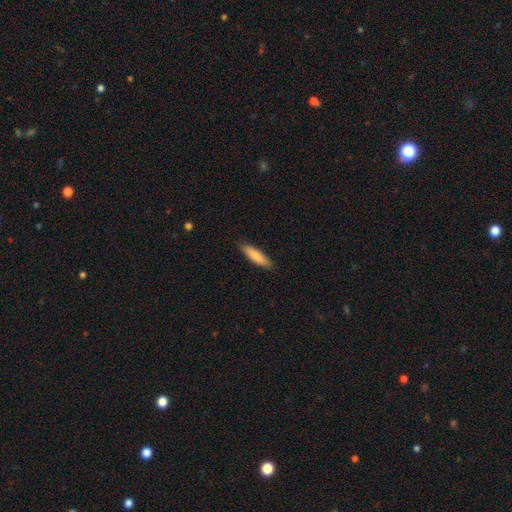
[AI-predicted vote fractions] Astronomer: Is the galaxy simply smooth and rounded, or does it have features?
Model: smooth — 81%.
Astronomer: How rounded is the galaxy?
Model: cigar-shaped — 71%.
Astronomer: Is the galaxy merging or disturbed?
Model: none — 88%.